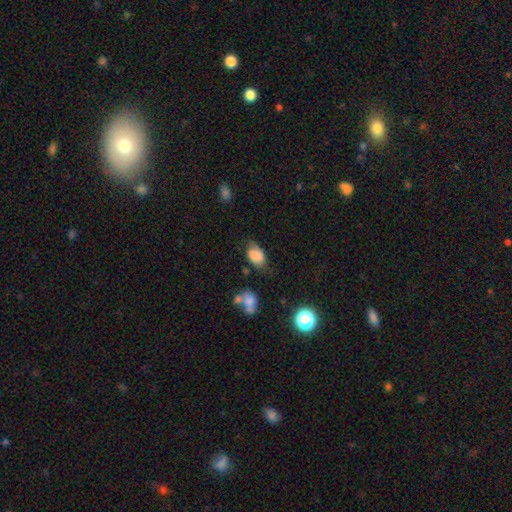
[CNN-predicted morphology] The model was most divided on "merging": none: 50%, minor disturbance: 33%, major disturbance: 12%, merger: 5%. More confident: how rounded — in between (85%); smooth or featured — smooth (76%).